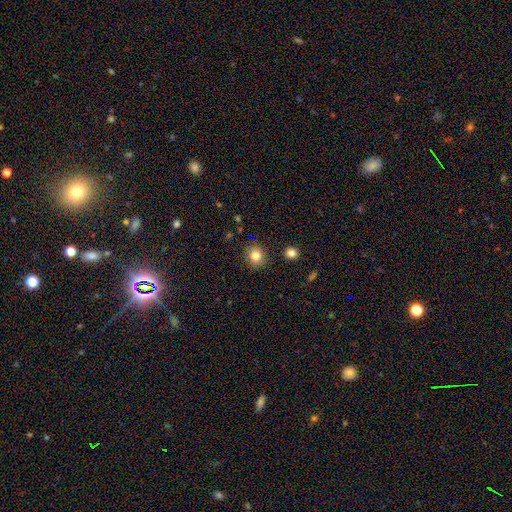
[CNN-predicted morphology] This appears to be a smooth galaxy with no disk features (82%) that is round (84%). Merging: none (87%).